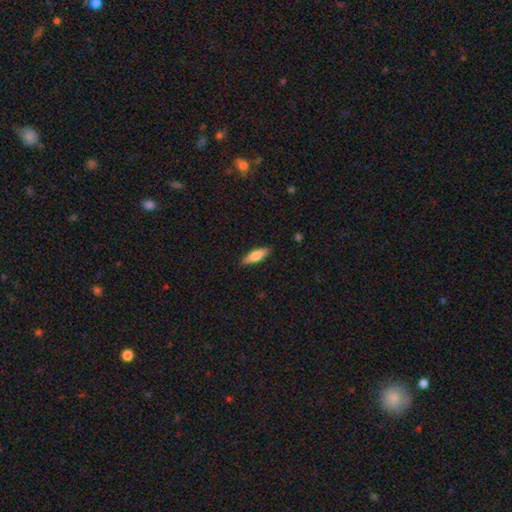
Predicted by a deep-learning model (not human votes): Smooth or featured? Predicted: smooth (p=0.72). How rounded? Predicted: cigar-shaped (p=0.54). Merging? Predicted: none (p=0.87).